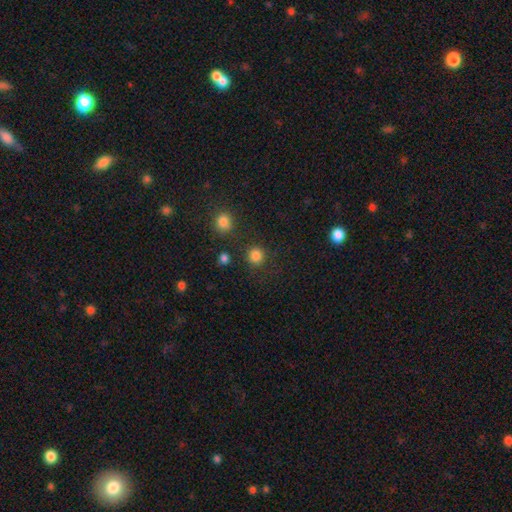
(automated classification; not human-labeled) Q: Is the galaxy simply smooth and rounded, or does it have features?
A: smooth — 84%.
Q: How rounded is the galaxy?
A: round — 91%.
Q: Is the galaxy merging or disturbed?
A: none — 84%.